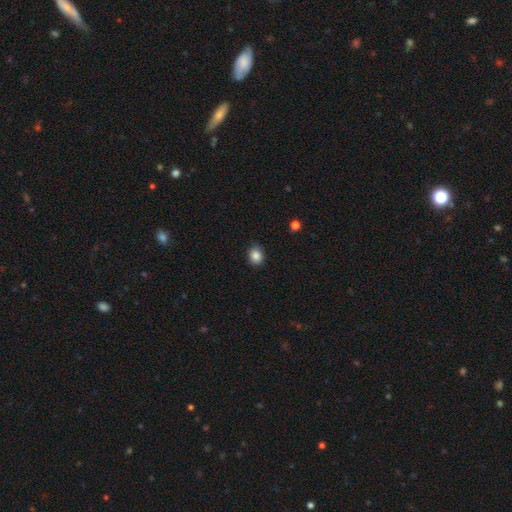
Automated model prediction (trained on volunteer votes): smooth 86%, star or artifact 10%, featured or disk 4%. Down the decision tree: how rounded — round (53%); merging — none (85%).